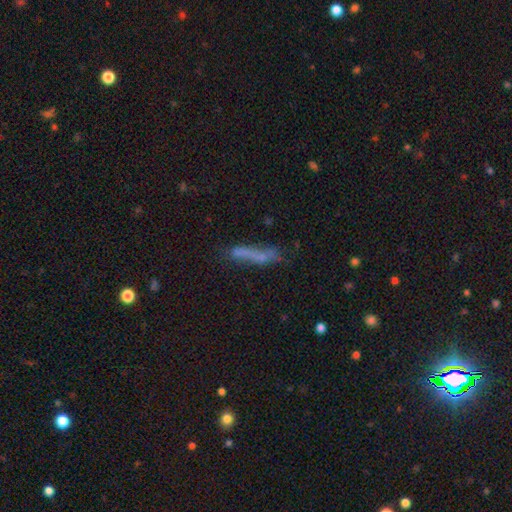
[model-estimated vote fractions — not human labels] Overall: smooth (54%; featured or disk 32%). How rounded: cigar-shaped (87%). Merging: none (54%; minor disturbance 22%).